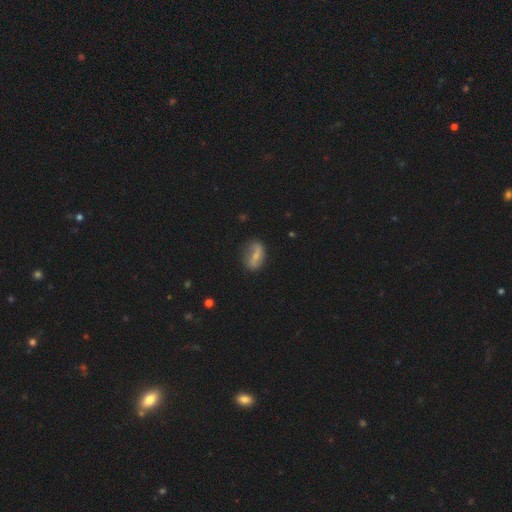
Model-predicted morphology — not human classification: A smooth galaxy with no disk features (49%).

Vote fractions:
- Smooth or featured? smooth: 49% / featured or disk: 43% / star or artifact: 8%
- Merging? none: 65% / minor disturbance: 23% / major disturbance: 8% / merger: 3%